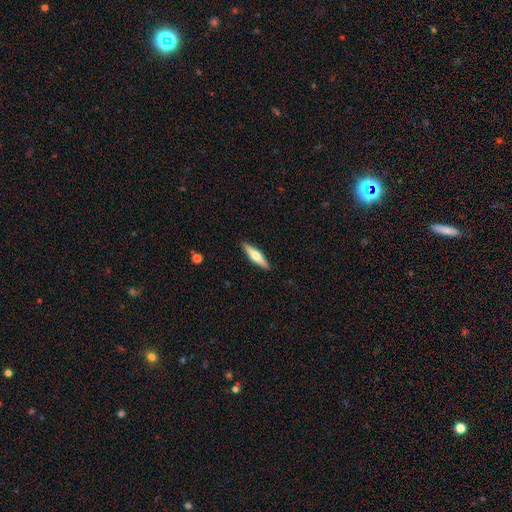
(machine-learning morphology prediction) Smooth or featured: featured or disk — 47% (tied with smooth — 47%)
Merging: none — 91% (minor disturbance — 7%)